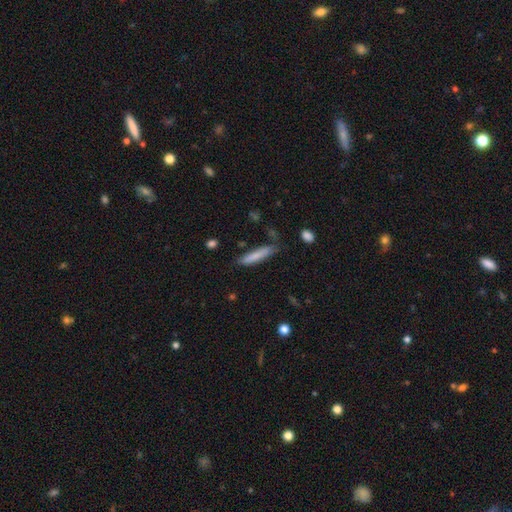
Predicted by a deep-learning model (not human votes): A smooth galaxy with no disk features (78%) that is cigar-shaped (87%).

Vote fractions:
- Smooth or featured? smooth: 78% / featured or disk: 16% / star or artifact: 6%
- How rounded? cigar-shaped: 87% / in between: 12% / round: 1%
- Merging? none: 72% / minor disturbance: 20% / major disturbance: 5% / merger: 3%